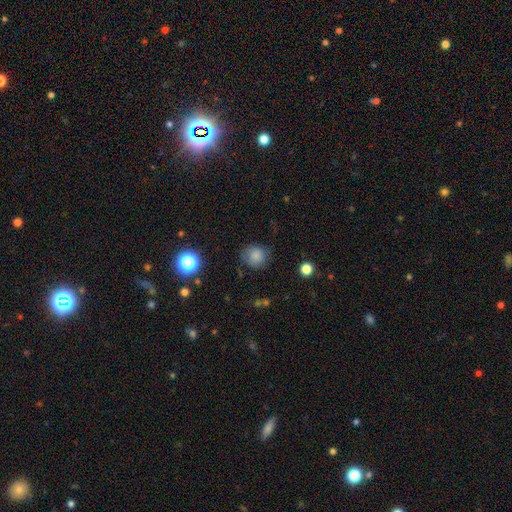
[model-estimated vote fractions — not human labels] This is clearly a smooth galaxy (82%). How rounded: clearly round (82%). Merging: likely none (71%).